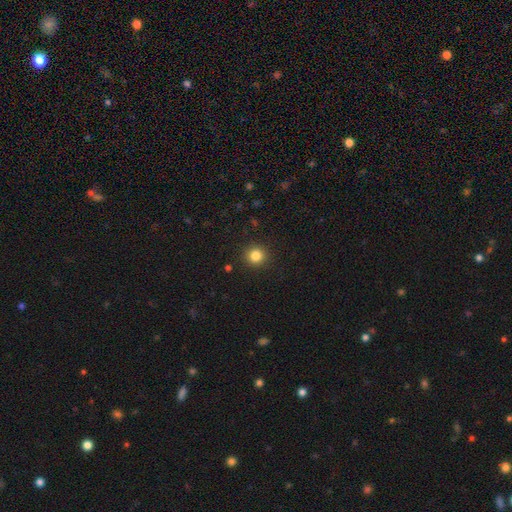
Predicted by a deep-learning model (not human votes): This appears to be a smooth galaxy with no disk features (84%) that is round (94%). Merging: none (92%).